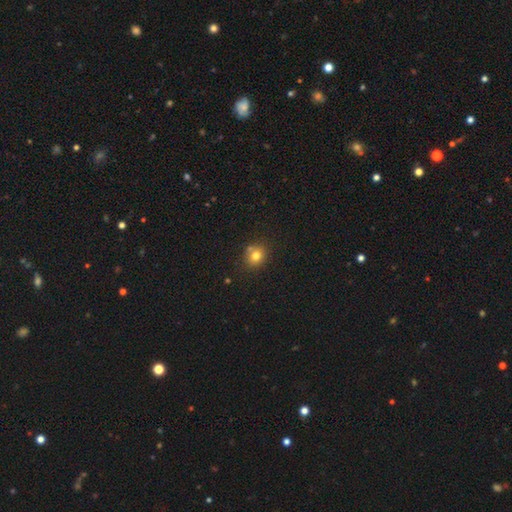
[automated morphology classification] type=smooth (77%); roundness=round (75%); merging=none (73%).